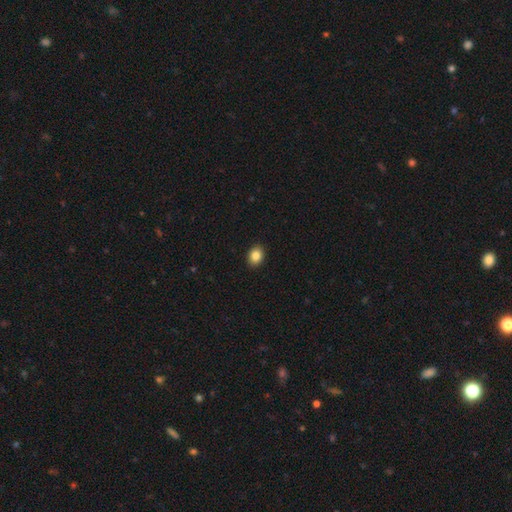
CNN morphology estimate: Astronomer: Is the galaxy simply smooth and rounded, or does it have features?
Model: smooth — 85%.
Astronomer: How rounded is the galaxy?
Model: in between — 60% (runner-up: round, 39%).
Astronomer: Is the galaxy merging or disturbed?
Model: none — 91%.